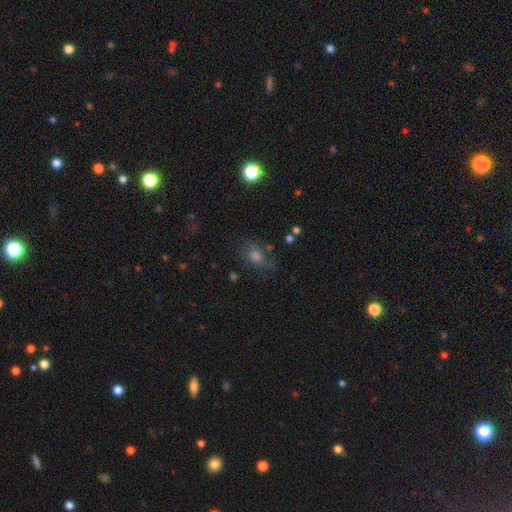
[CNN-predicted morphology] Smooth or featured: smooth — 47% (featured or disk — 28%)
Merging: none — 66% (minor disturbance — 19%)